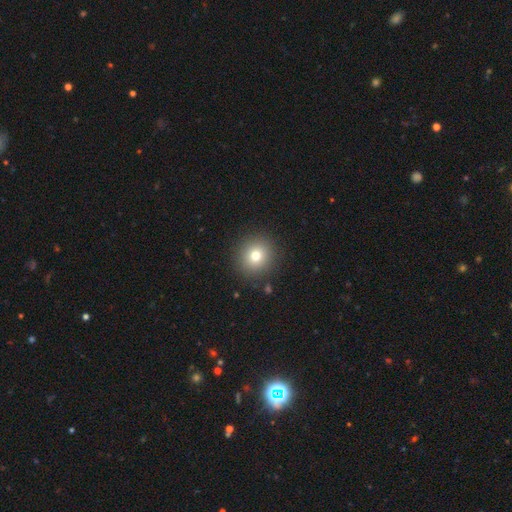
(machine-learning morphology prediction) Smooth or featured: smooth — 75% (star or artifact — 14%)
How rounded: round — 92% (in between — 7%)
Merging: none — 90% (minor disturbance — 6%)